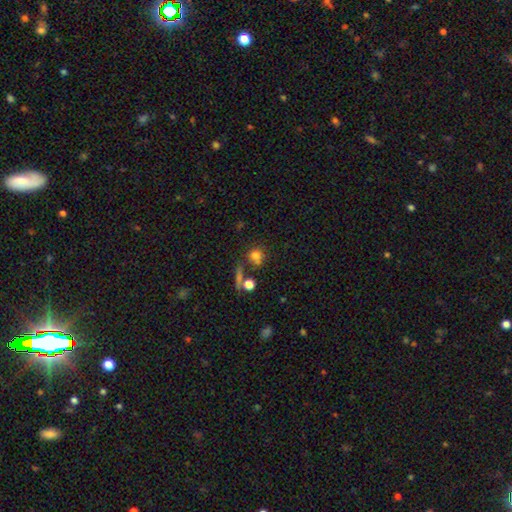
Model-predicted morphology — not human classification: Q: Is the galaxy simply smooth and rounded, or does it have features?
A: smooth — 74%.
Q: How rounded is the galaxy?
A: round — 87%.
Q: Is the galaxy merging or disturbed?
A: none — 63%.